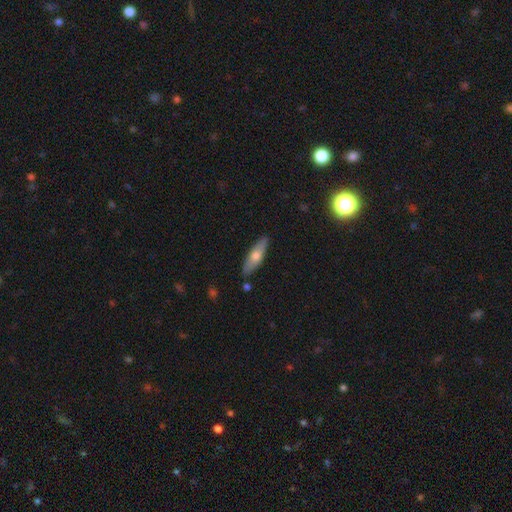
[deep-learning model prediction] Smooth or featured?
  - smooth: 55% *
  - featured or disk: 39%
  - star or artifact: 6%
How rounded?
  - cigar-shaped: 61% *
  - in between: 36%
  - round: 2%
Merging?
  - none: 87% *
  - minor disturbance: 9%
  - merger: 2%
  - major disturbance: 2%